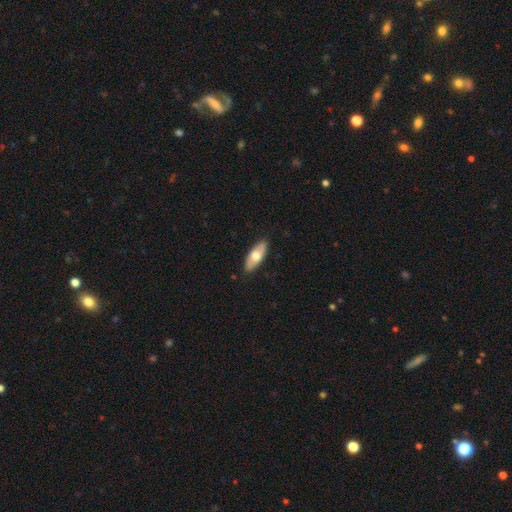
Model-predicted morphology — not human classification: Smooth or featured? Predicted: smooth (p=0.65). How rounded? Predicted: in between (p=0.78). Merging? Predicted: none (p=0.87).